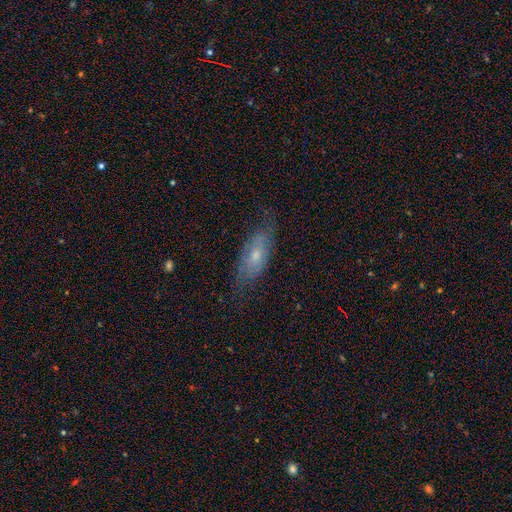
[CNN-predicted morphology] A featured or disk galaxy (49%).

Vote fractions:
- Smooth or featured? featured or disk: 49% / smooth: 42% / star or artifact: 9%
- Merging? none: 67% / minor disturbance: 23% / major disturbance: 9% / merger: 1%